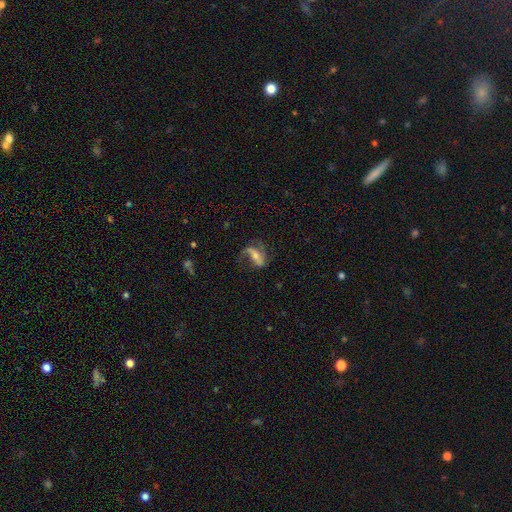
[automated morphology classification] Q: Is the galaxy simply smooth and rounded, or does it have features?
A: featured or disk — 66%.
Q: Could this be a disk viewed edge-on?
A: no — 91%.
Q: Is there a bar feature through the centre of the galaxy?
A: strong — 40%.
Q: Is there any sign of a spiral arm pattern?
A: yes — 84%.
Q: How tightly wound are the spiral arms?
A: loose — 56%.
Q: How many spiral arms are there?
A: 2 — 60%.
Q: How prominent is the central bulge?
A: small — 44%, tied with moderate.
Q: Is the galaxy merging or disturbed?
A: none — 46%.